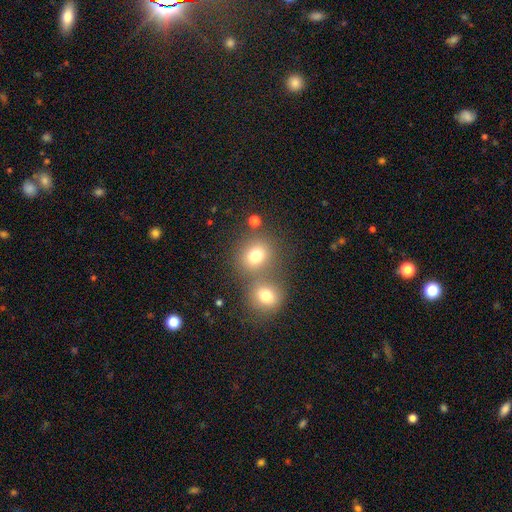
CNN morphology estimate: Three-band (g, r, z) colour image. It shows a smooth galaxy with no disk features (77%) that is round (80%). Merging: none (53%).